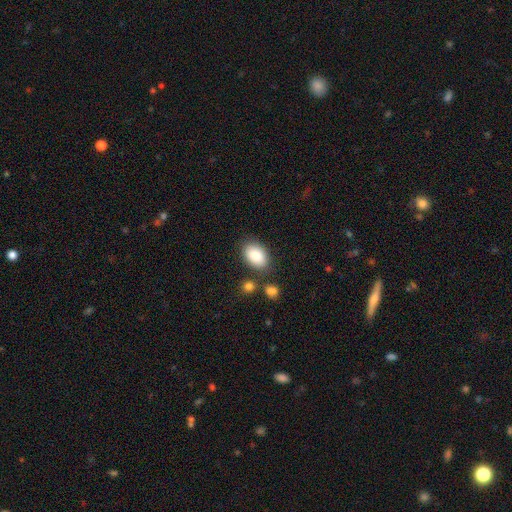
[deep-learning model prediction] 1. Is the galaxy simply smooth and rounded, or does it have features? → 86% smooth, 7% featured or disk, 7% star or artifact.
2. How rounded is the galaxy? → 87% in between, 12% round, 1% cigar-shaped.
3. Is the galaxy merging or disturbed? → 77% none, 12% minor disturbance, 7% merger, 4% major disturbance.